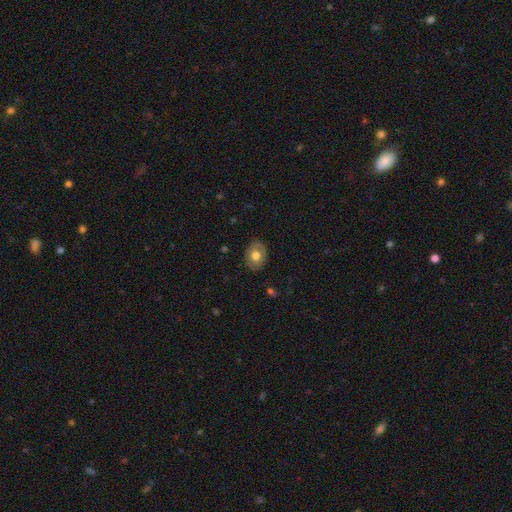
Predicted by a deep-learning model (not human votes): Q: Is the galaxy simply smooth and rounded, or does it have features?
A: smooth — 67%.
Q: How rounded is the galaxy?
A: in between — 61%.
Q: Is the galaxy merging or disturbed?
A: none — 84%.